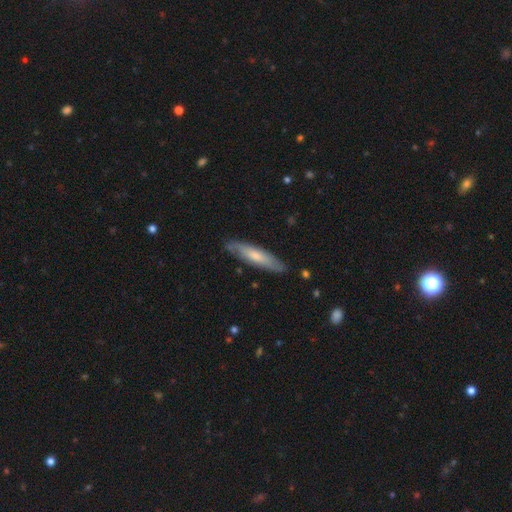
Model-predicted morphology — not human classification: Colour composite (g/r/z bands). It shows a smooth galaxy with no disk features (56%) that is cigar-shaped (77%). Merging: none (82%).